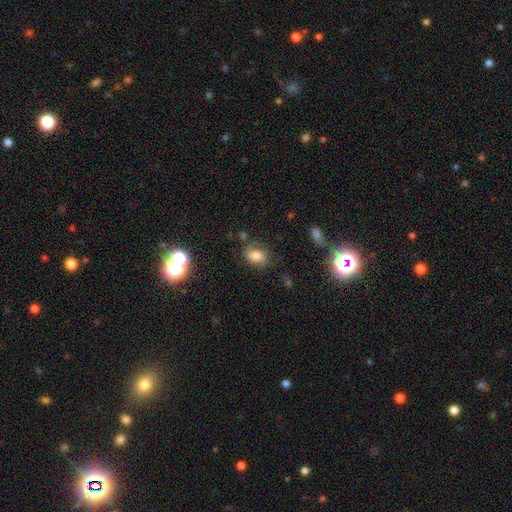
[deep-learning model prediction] This is likely a smooth galaxy (62%). How rounded: likely in between (72%). Merging: likely none (63%).